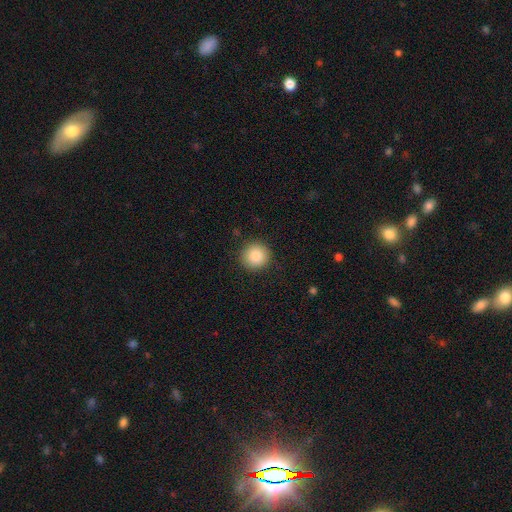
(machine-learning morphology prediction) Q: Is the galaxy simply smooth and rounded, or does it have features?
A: smooth — 86%.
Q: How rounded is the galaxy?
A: round — 94%.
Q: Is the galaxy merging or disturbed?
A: none — 90%.